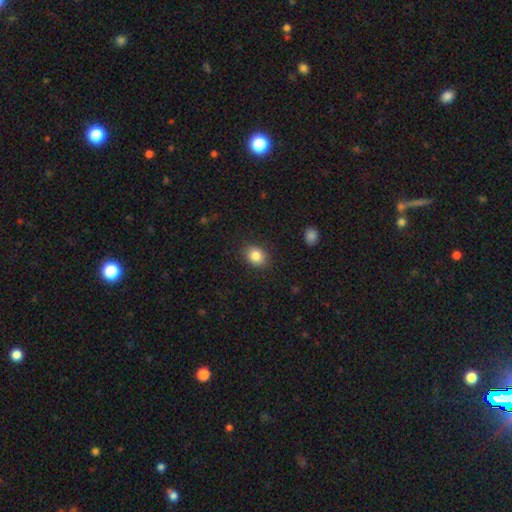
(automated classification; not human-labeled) Overall: smooth (86%). How rounded: in between (50%; round 49%). Merging: none (88%).